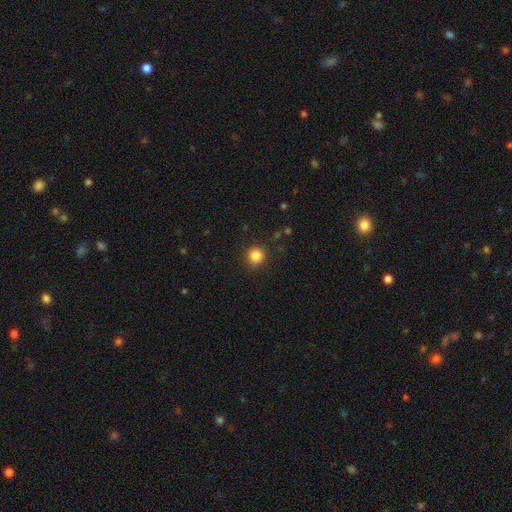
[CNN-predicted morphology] Smooth or featured? Predicted: smooth (p=0.85). How rounded? Predicted: round (p=0.92). Merging? Predicted: none (p=0.89).